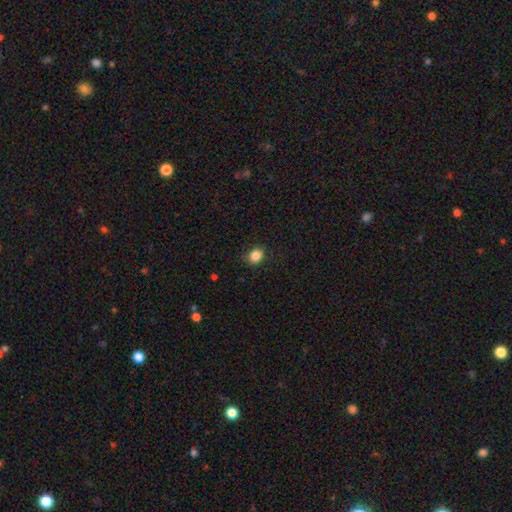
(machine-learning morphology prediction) smooth_or_featured: smooth (p=0.85) [alt: star or artifact p=0.11]
how_rounded: round (p=0.60) [alt: in between p=0.39]
merging: none (p=0.83) [alt: minor disturbance p=0.13]